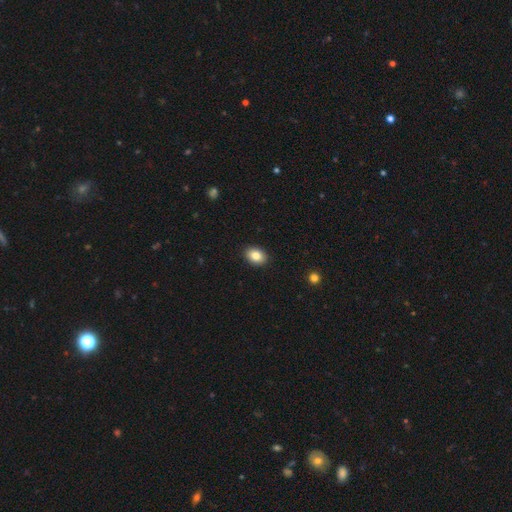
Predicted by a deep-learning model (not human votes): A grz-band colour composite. It shows a smooth galaxy with no disk features (84%) that is in between round and cigar-shaped (75%). Merging: none (91%).